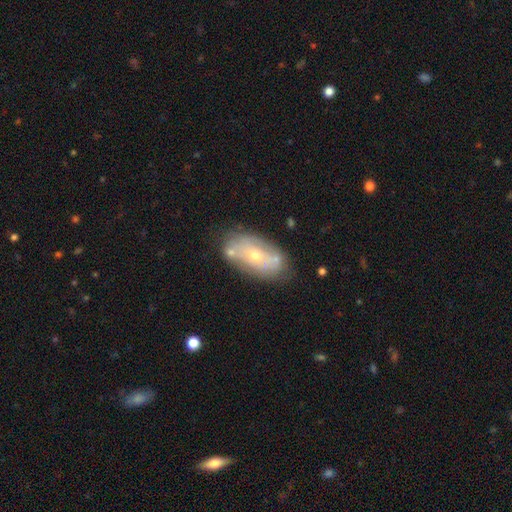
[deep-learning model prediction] Morphology: type=featured or disk (54%); edge-on=no (90%); merging=none (62%).